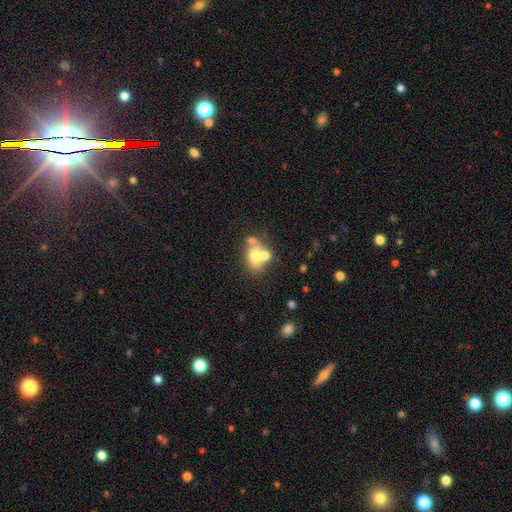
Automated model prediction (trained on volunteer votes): Smooth or featured?
  - smooth: 64% *
  - featured or disk: 25%
  - star or artifact: 11%
How rounded?
  - in between: 59% *
  - round: 40%
  - cigar-shaped: 2%
Merging?
  - merger: 52% *
  - none: 33%
  - minor disturbance: 10%
  - major disturbance: 5%